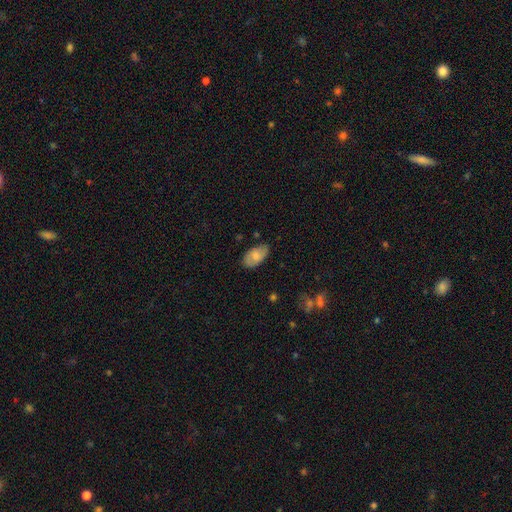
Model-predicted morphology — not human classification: Smooth or featured? smooth (74%)
How rounded? in between (94%)
Merging? none (76%)